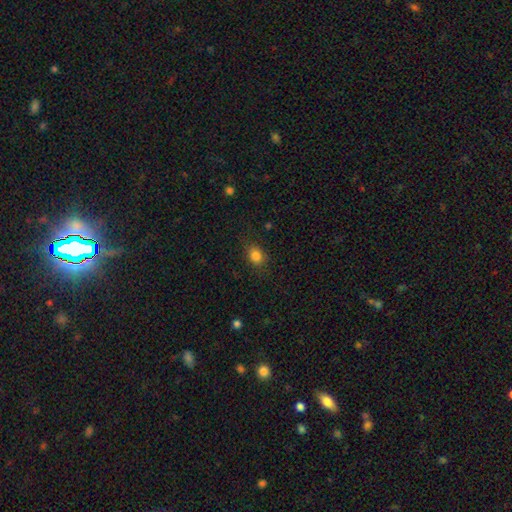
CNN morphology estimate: smooth-or-featured: smooth: 83% | star or artifact: 12% | featured or disk: 6%
  how-rounded: in between: 51% | round: 48% | cigar-shaped: 1%
  merging: none: 81% | minor disturbance: 13% | major disturbance: 4% | merger: 1%